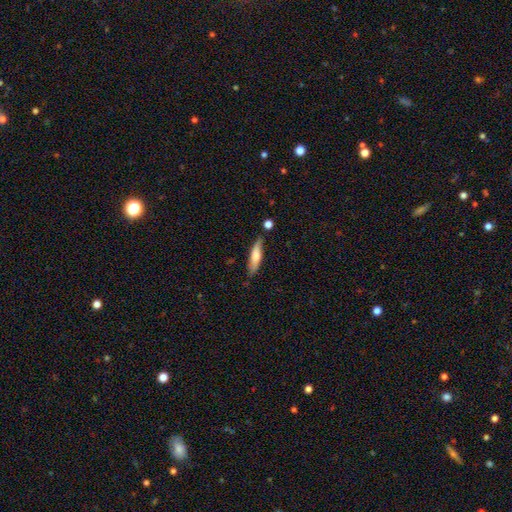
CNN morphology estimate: Smooth or featured?
  - smooth: 64% *
  - featured or disk: 30%
  - star or artifact: 6%
How rounded?
  - cigar-shaped: 76% *
  - in between: 22%
  - round: 2%
Merging?
  - none: 75% *
  - minor disturbance: 17%
  - merger: 5%
  - major disturbance: 3%